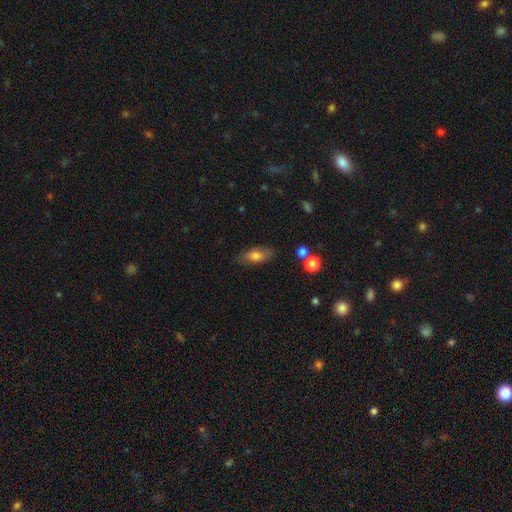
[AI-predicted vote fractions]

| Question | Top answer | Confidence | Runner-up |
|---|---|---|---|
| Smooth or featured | smooth | 73% | featured or disk (20%) |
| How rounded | in between | 81% | cigar-shaped (14%) |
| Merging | none | 76% | minor disturbance (17%) |